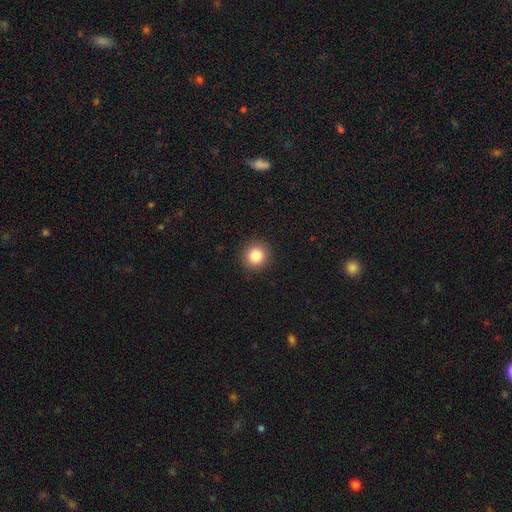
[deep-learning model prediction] Smooth or featured? smooth (84%)
How rounded? round (94%)
Merging? none (92%)